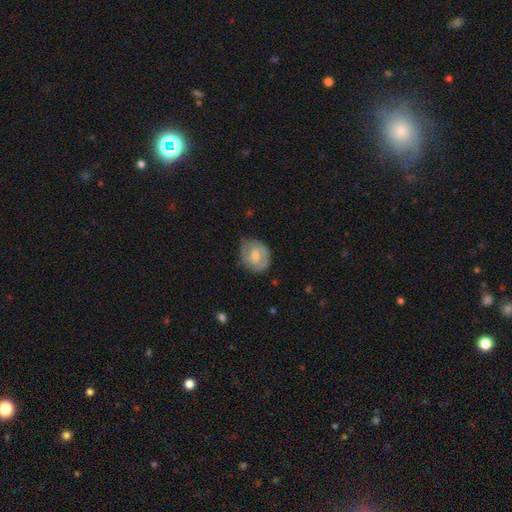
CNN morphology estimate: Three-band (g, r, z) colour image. It shows a featured or disk galaxy (53%) with a weak bar (51%), spiral arms (74%) and a moderate central bulge (51%). Merging: none (68%).